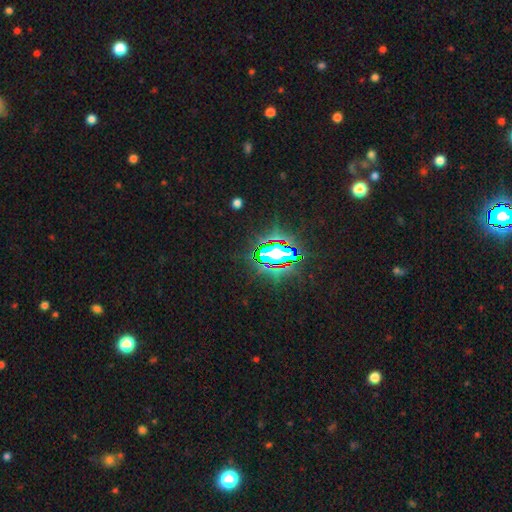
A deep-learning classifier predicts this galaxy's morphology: Overall: star or artifact (79%).